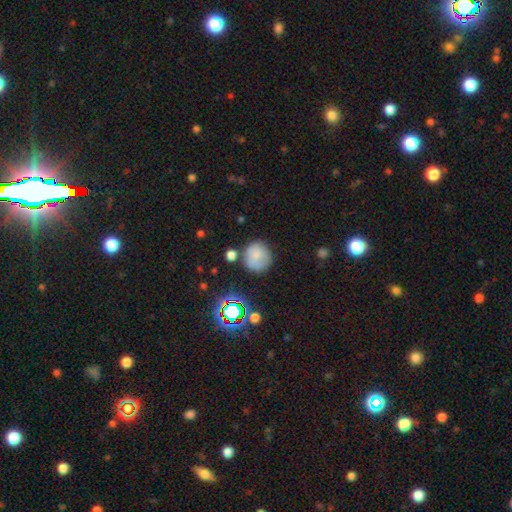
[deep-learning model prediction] This is likely a smooth galaxy (74%). How rounded: clearly round (89%). Merging: likely none (64%).